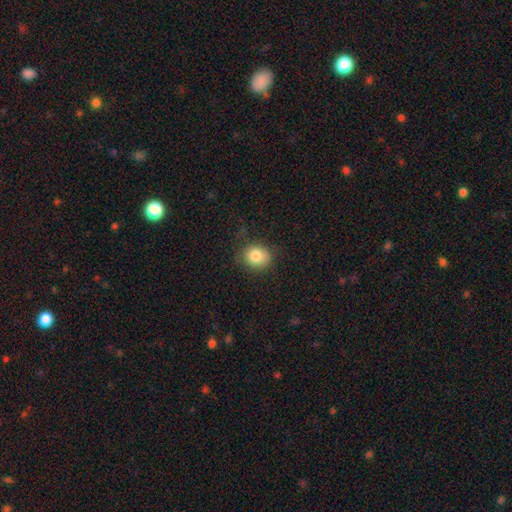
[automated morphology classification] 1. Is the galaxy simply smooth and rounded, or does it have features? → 83% smooth, 10% star or artifact, 7% featured or disk.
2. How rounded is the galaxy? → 71% round, 29% in between, 1% cigar-shaped.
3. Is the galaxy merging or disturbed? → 78% none, 16% minor disturbance, 5% major disturbance, 1% merger.